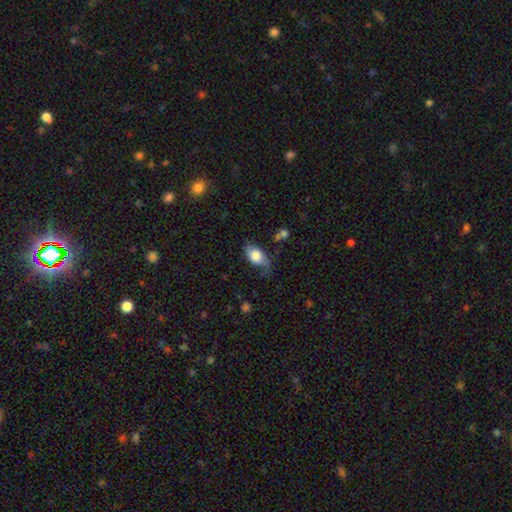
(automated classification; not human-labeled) The model was most divided on "merging": none: 48%, minor disturbance: 32%, major disturbance: 16%, merger: 3%. More confident: how rounded — in between (89%); smooth or featured — smooth (60%).